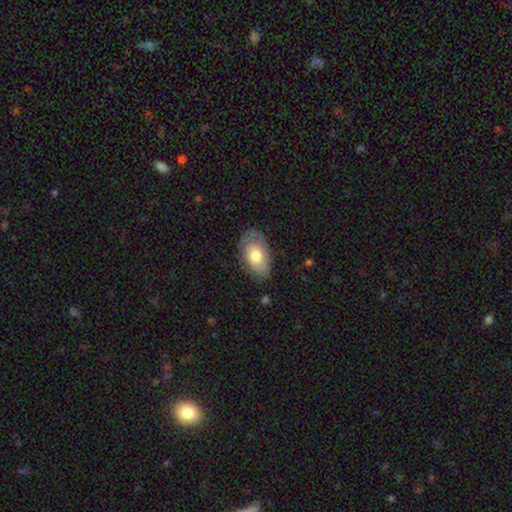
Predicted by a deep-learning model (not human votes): The model was most divided on "smooth or featured": smooth: 61%, featured or disk: 33%, star or artifact: 6%. More confident: how rounded — in between (92%); merging — none (71%).